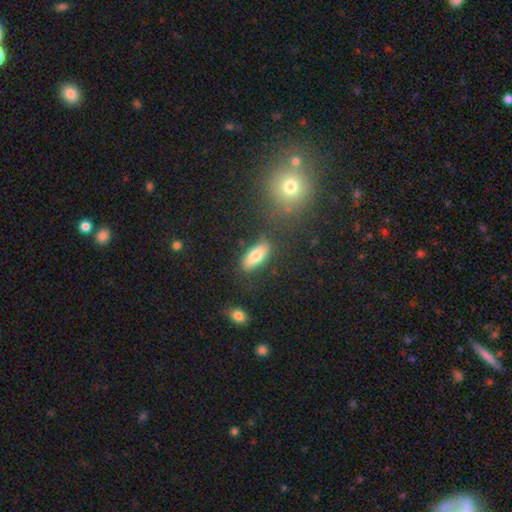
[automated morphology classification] Smooth or featured? smooth (79%)
How rounded? in between (82%)
Merging? none (80%)